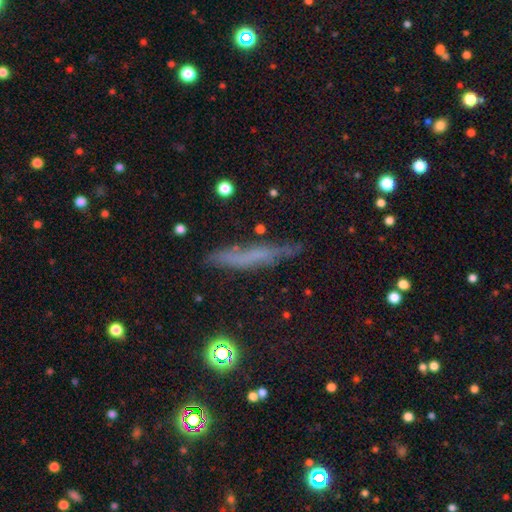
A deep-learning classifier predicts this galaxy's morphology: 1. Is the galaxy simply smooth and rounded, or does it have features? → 50% smooth, 36% featured or disk, 14% star or artifact.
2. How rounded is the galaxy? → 92% cigar-shaped, 6% in between, 2% round.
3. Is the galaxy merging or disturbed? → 75% none, 18% minor disturbance, 4% major disturbance, 2% merger.